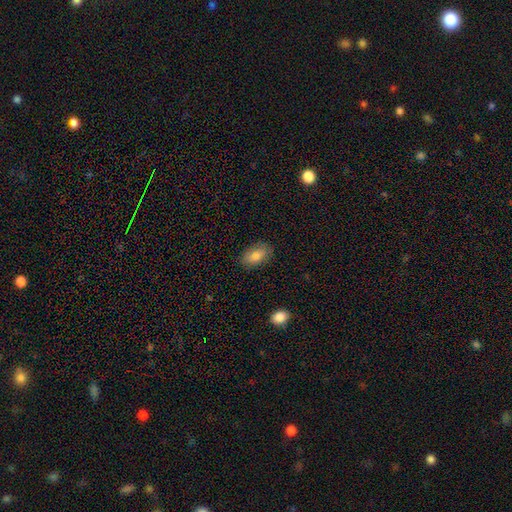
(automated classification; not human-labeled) This is likely a smooth galaxy (78%). How rounded: clearly in between (91%). Merging: clearly none (85%).